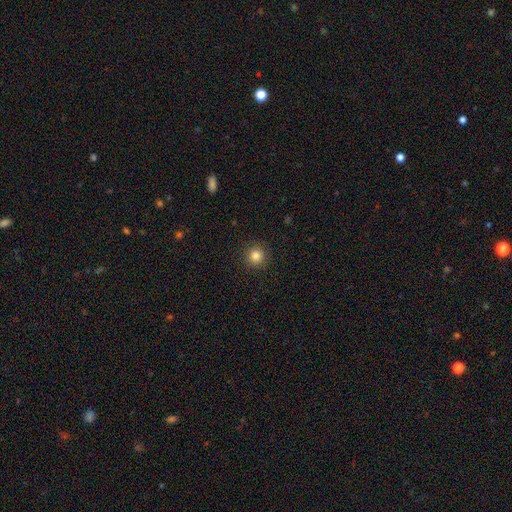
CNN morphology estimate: Smooth or featured: smooth — 84% (star or artifact — 12%)
How rounded: round — 95% (in between — 4%)
Merging: none — 92% (minor disturbance — 5%)